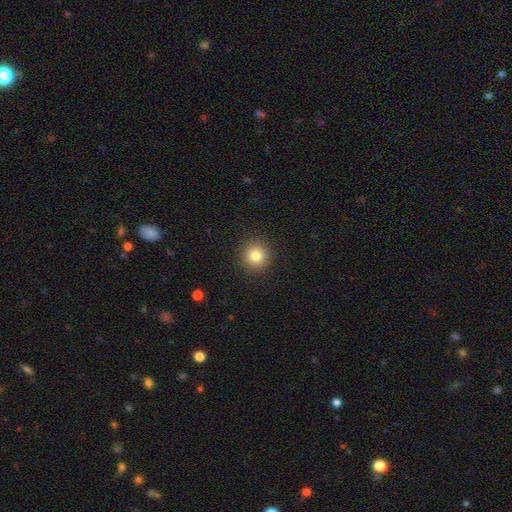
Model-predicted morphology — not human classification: smooth-or-featured: smooth: 82% | star or artifact: 11% | featured or disk: 7%
  how-rounded: round: 94% | in between: 5% | cigar-shaped: 1%
  merging: none: 92% | minor disturbance: 5% | major disturbance: 2% | merger: 1%